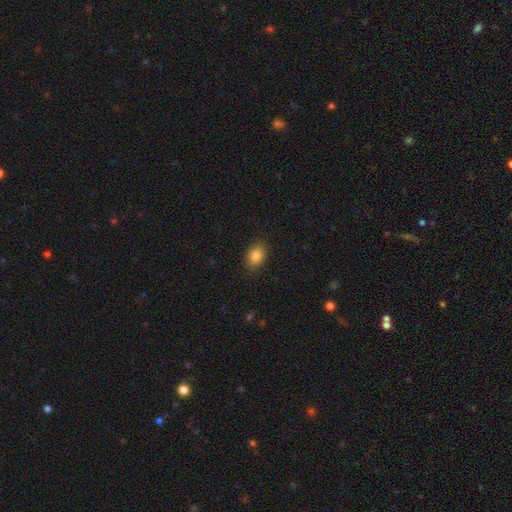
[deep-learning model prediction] Smooth or featured: smooth — 86% (star or artifact — 9%)
How rounded: in between — 75% (round — 24%)
Merging: none — 86% (minor disturbance — 10%)